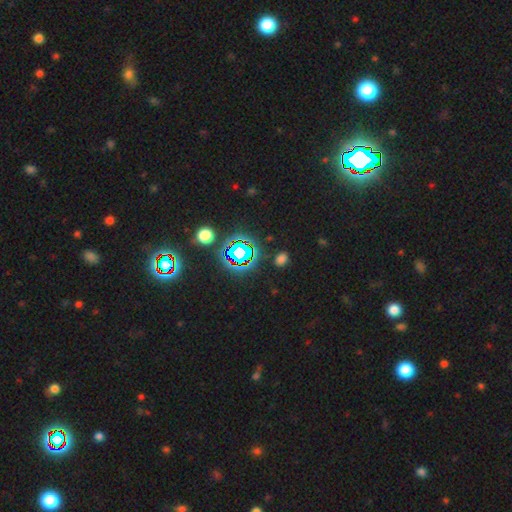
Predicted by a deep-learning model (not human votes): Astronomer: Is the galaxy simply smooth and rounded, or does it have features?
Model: star or artifact — 79%.